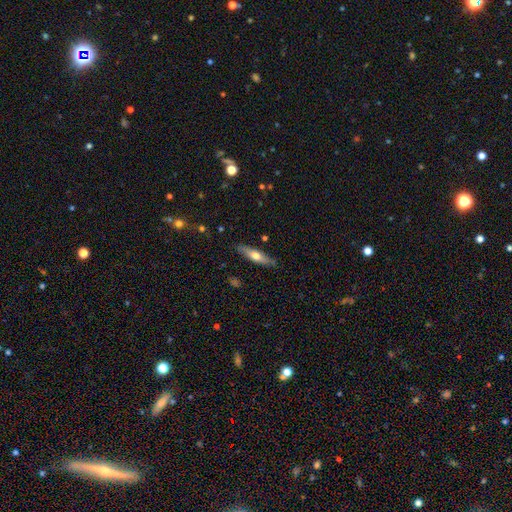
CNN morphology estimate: Smooth or featured? smooth (51%)
How rounded? cigar-shaped (74%)
Merging? none (85%)